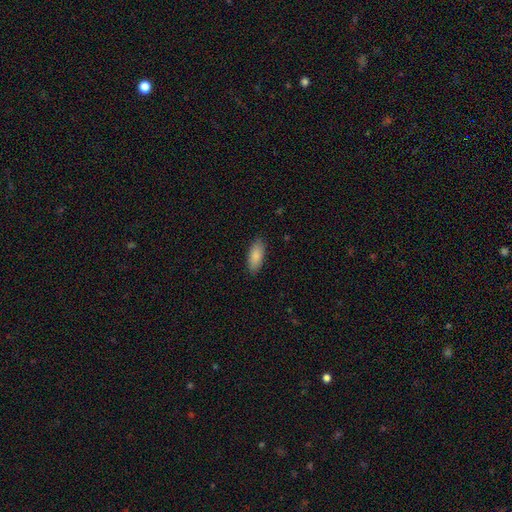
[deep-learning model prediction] Morphology: type=smooth (87%); roundness=in between (83%); merging=none (88%).